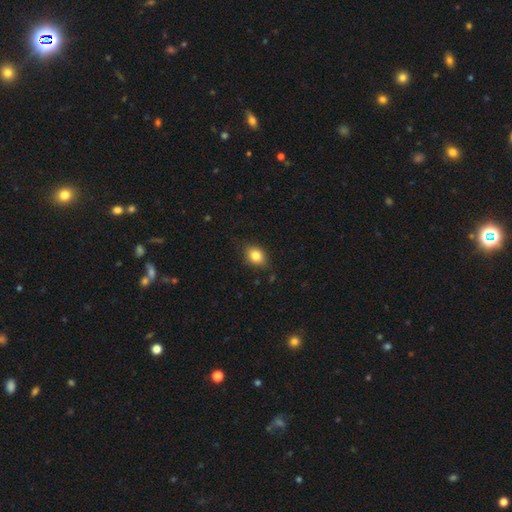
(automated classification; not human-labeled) Smooth or featured?
  - smooth: 82% *
  - star or artifact: 9%
  - featured or disk: 9%
How rounded?
  - in between: 60% *
  - round: 38%
  - cigar-shaped: 2%
Merging?
  - none: 77% *
  - minor disturbance: 18%
  - major disturbance: 3%
  - merger: 1%